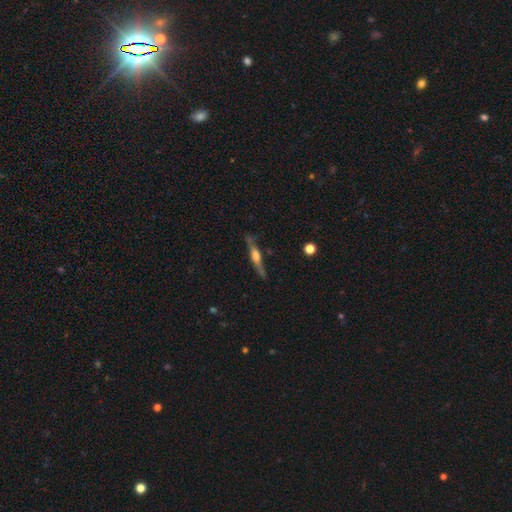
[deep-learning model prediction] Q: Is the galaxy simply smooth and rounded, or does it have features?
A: featured or disk — 71%.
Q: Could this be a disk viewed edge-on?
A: yes — 96%.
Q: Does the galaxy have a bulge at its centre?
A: rounded — 71%.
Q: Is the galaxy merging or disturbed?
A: none — 82%.